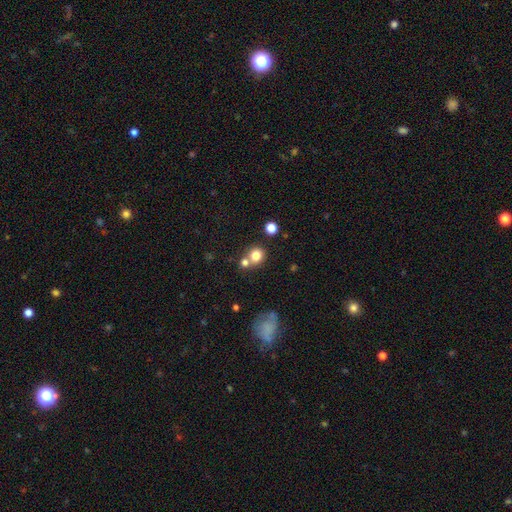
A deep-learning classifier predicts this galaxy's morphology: Q: Smooth or featured?
A: smooth (79%); runner-up: star or artifact (13%)
Q: How rounded?
A: round (83%); runner-up: in between (16%)
Q: Merging?
A: none (56%); runner-up: merger (32%)